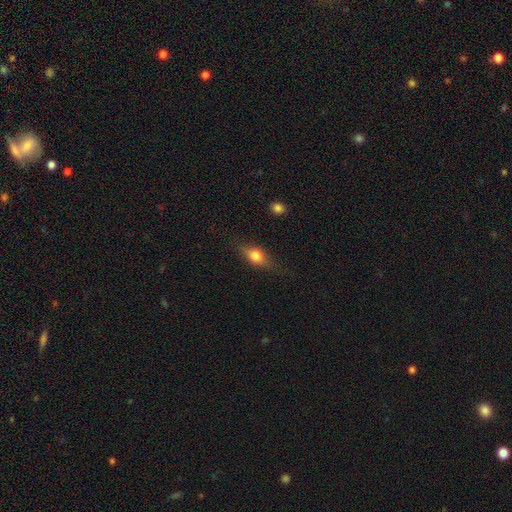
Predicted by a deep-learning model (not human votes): Smooth or featured? Predicted: smooth (p=0.63). How rounded? Predicted: in between (p=0.68). Merging? Predicted: none (p=0.73).